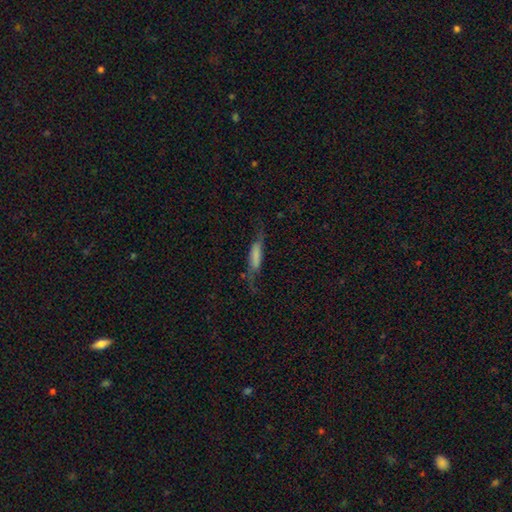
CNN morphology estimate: This is possibly a smooth galaxy (54%). How rounded: likely cigar-shaped (67%). Merging: possibly none (46%).